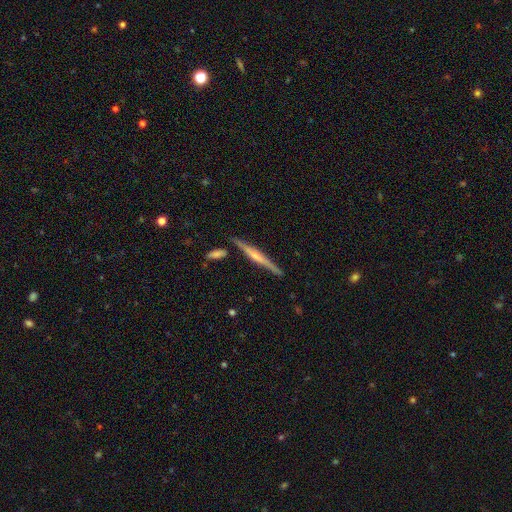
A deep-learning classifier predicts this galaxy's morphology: smooth_or_featured: featured or disk (p=0.66) [alt: smooth p=0.28]
disk_edge_on: yes (p=0.97) [alt: no p=0.03]
edge_on_bulge: rounded (p=0.56) [alt: none p=0.26]
merging: none (p=0.81) [alt: minor disturbance p=0.11]